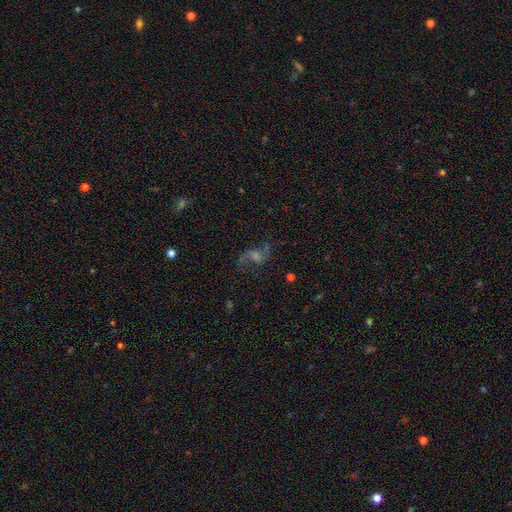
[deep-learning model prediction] Overall: featured or disk (72%). Edge-on disk: no (96%). Bar: no (47%; weak 41%). Spiral arms: yes (93%). Spiral arm count: 2 (89%). Spiral winding: loose (73%). Bulge size: small (37%; moderate 35%). Merging: none (70%).